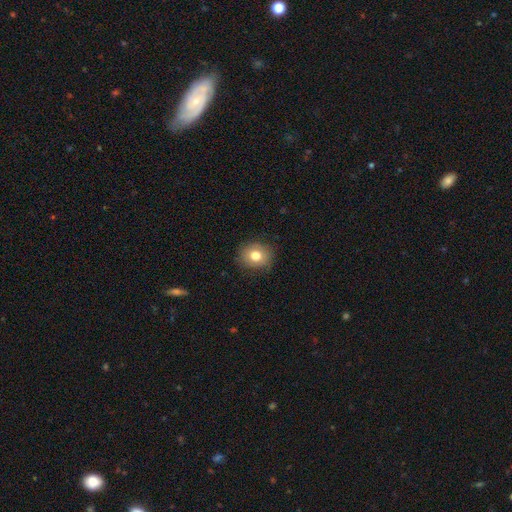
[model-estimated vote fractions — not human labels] Smooth or featured? Predicted: smooth (p=0.78). How rounded? Predicted: round (p=0.73). Merging? Predicted: none (p=0.84).